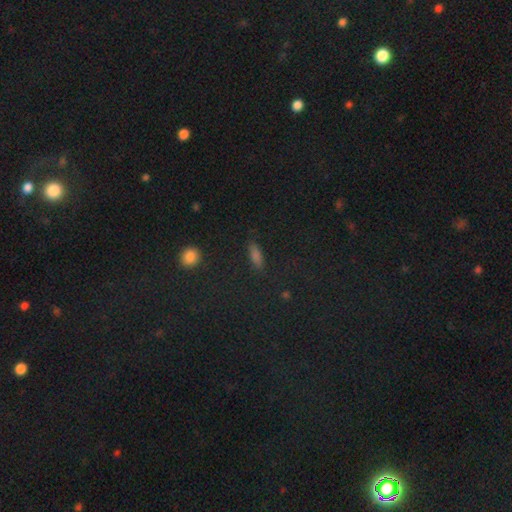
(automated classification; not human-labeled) Morphology: type=smooth (73%); roundness=in between (54%); merging=none (83%).